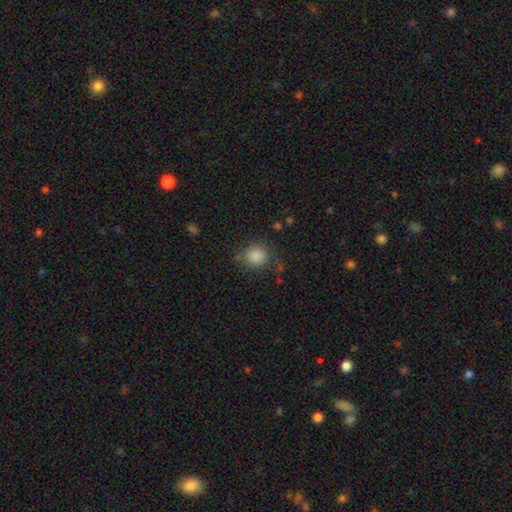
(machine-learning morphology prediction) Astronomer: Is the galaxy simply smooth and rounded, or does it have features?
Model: smooth — 85%.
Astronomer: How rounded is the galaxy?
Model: round — 86%.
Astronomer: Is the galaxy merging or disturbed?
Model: none — 77%.